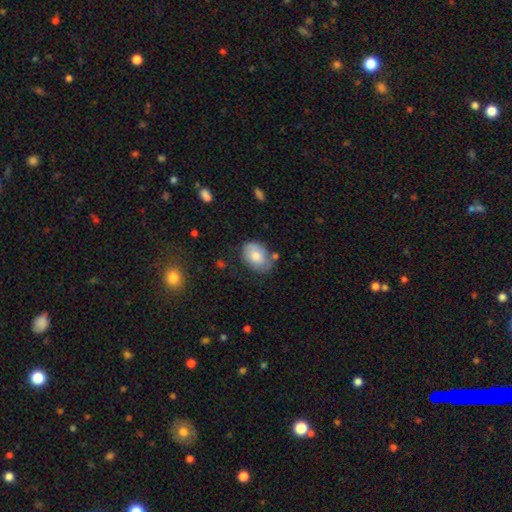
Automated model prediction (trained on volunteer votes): smooth 70%, featured or disk 23%, star or artifact 7%. Down the decision tree: how rounded — in between (77%); merging — none (62%).